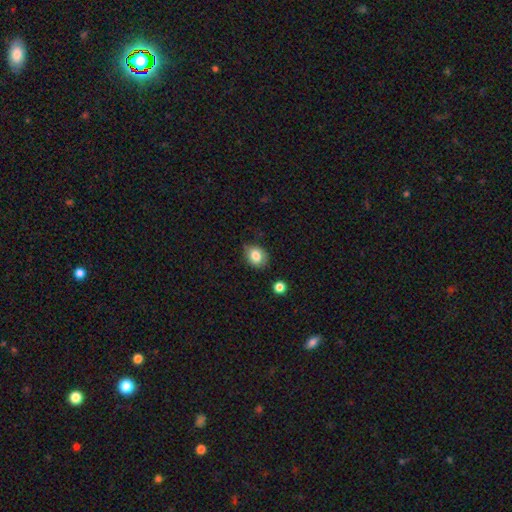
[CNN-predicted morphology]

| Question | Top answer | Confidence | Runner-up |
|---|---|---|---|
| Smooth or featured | smooth | 82% | star or artifact (9%) |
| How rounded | round | 52% | in between (47%) |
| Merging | none | 75% | minor disturbance (19%) |